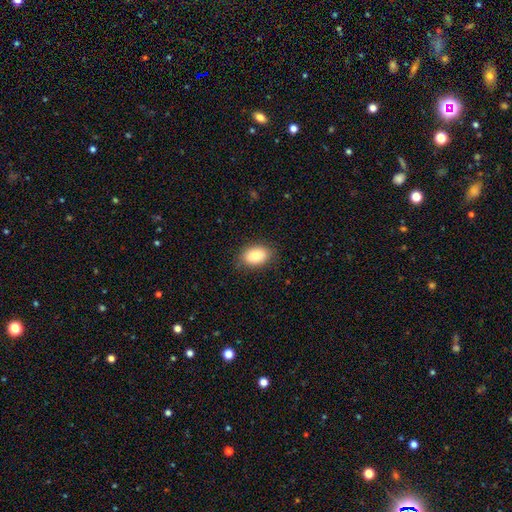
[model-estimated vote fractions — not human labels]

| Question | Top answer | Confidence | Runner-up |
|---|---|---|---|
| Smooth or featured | smooth | 83% | featured or disk (9%) |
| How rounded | in between | 82% | round (17%) |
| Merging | none | 85% | minor disturbance (11%) |